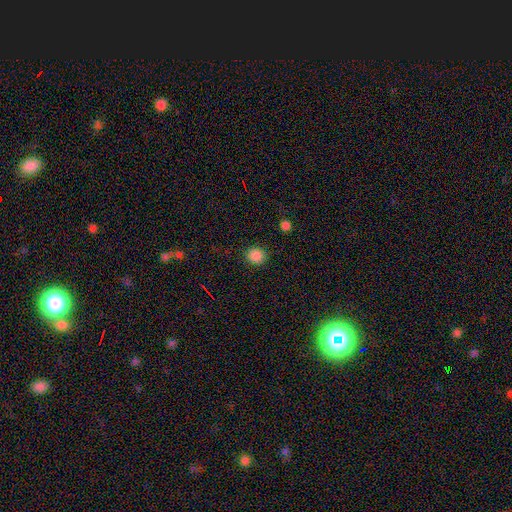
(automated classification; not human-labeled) Overall: smooth (86%). How rounded: round (88%). Merging: none (89%).